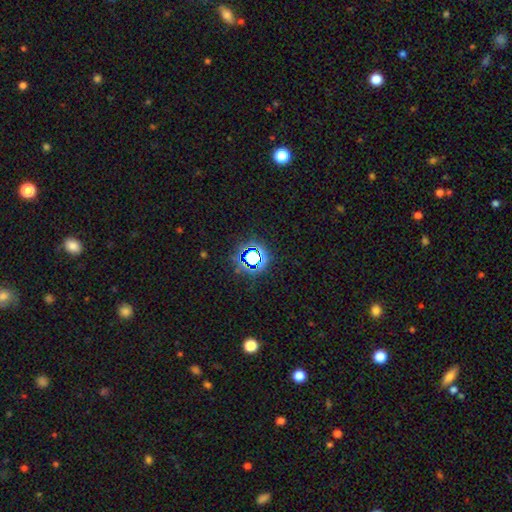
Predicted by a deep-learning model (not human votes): Smooth or featured? star or artifact (70%)